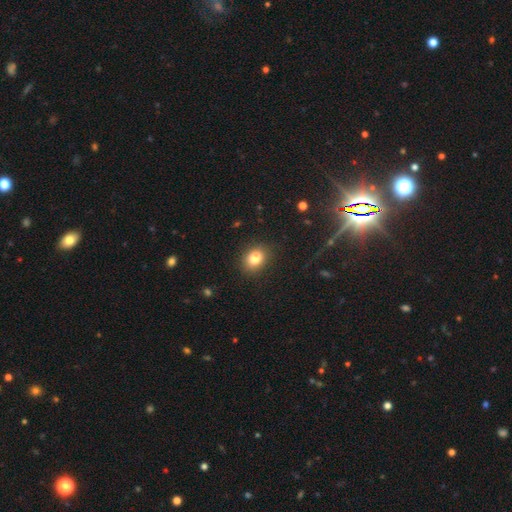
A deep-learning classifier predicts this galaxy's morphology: Q: Smooth or featured?
A: smooth (83%); runner-up: star or artifact (10%)
Q: How rounded?
A: in between (60%); runner-up: round (39%)
Q: Merging?
A: none (83%); runner-up: minor disturbance (12%)